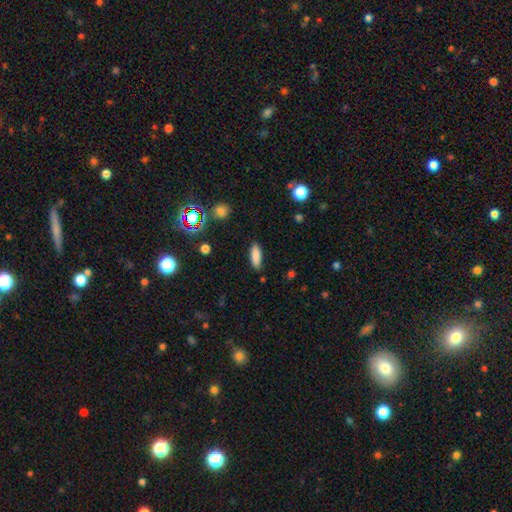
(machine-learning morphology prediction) This is clearly a smooth galaxy (85%). How rounded: possibly in between (58%). Merging: clearly none (87%).